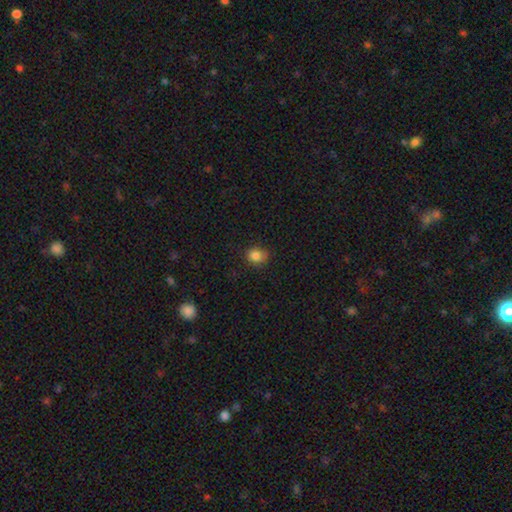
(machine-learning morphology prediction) smooth-or-featured: smooth: 84% | star or artifact: 11% | featured or disk: 5%
  how-rounded: round: 74% | in between: 25% | cigar-shaped: 1%
  merging: none: 74% | minor disturbance: 20% | major disturbance: 4% | merger: 2%